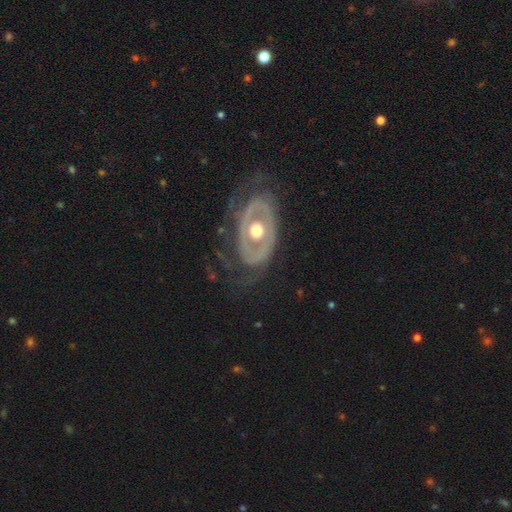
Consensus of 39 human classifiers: featured or disk 82%, smooth 15%, star or artifact 3%. Down the decision tree: edge-on disk — no (94%); bar — no (80%); spiral arms — no (60%); bulge size — moderate (63%); merging — none (66%).